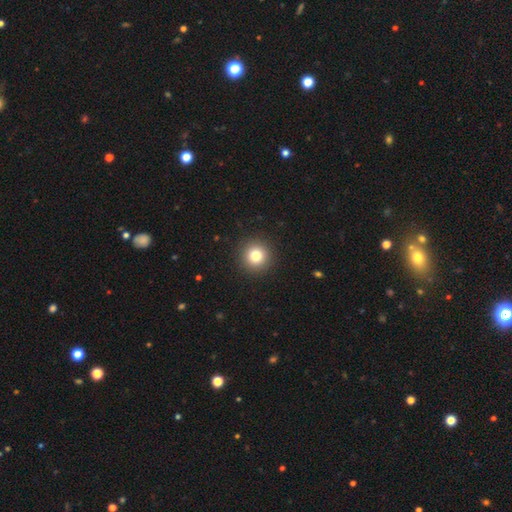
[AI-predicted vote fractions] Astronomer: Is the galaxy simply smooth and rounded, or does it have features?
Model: smooth — 80%.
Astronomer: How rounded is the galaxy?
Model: round — 95%.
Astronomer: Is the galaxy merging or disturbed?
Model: none — 93%.